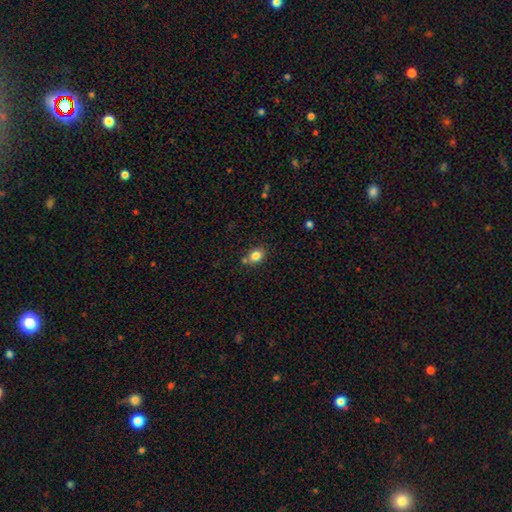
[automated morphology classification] type=smooth (83%); roundness=in between (57%); merging=none (72%).